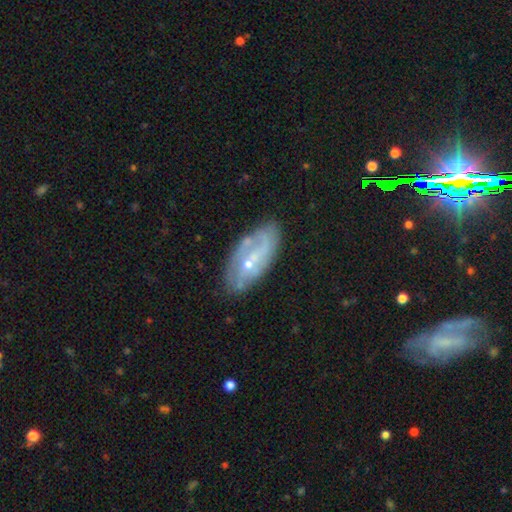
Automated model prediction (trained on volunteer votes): smooth-or-featured: featured or disk: 74% | smooth: 18% | star or artifact: 8%
  disk-edge-on: no: 90% | yes: 10%
    bar: no: 49% | weak: 37% | strong: 14%
    has-spiral-arms: yes: 79% | no: 21%
      spiral-winding: medium: 37% (tied) | tight: 37% (tied) | loose: 26%
      spiral-arm-count: 2: 46% | can't tell: 35% | 3: 7% | 1: 7% | 4: 3% | more than 4: 3%
    bulge-size: small: 72% | moderate: 24% | none: 2% | large: 1% | dominant: 1%
  merging: none: 71% | minor disturbance: 19% | major disturbance: 6% | merger: 3%